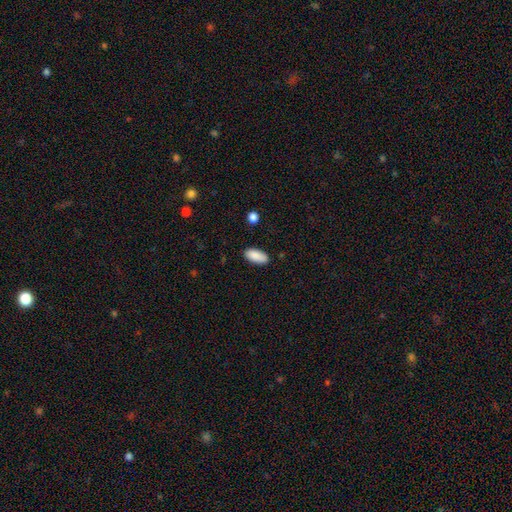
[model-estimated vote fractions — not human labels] Smooth or featured: smooth — 89% (star or artifact — 6%)
How rounded: in between — 89% (cigar-shaped — 9%)
Merging: none — 87% (minor disturbance — 10%)